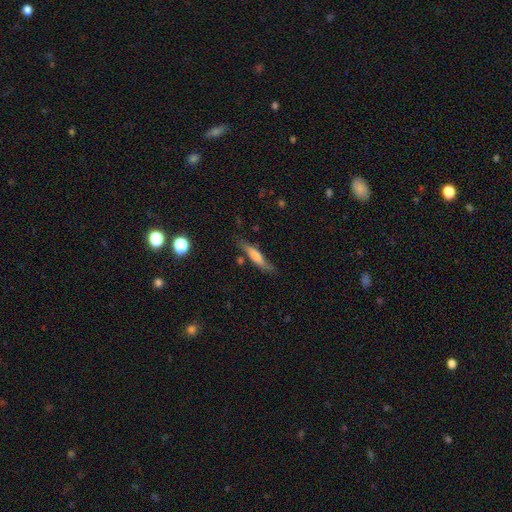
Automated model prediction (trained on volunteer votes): This is likely a smooth galaxy (64%). How rounded: likely cigar-shaped (80%). Merging: likely none (67%).